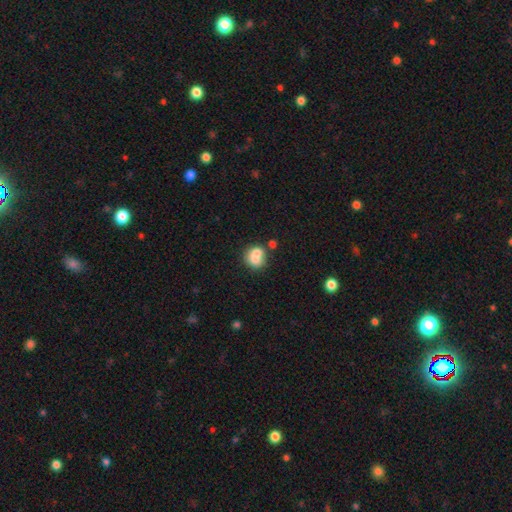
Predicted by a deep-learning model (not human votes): This is likely a smooth galaxy (73%). How rounded: likely round (67%). Merging: possibly merger (47%).